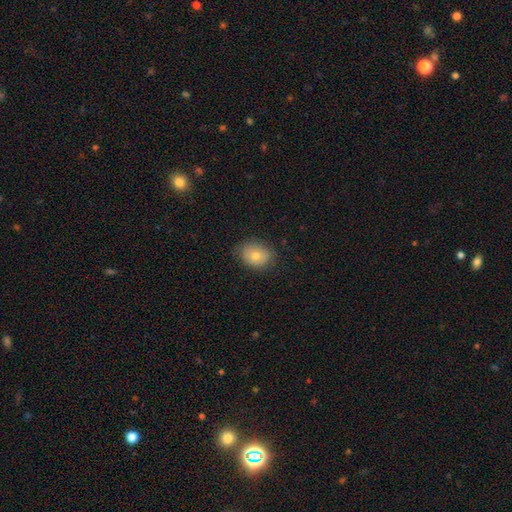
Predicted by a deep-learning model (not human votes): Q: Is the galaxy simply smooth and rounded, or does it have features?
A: smooth — 73%.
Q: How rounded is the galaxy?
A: in between — 53%.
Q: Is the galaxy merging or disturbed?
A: none — 80%.